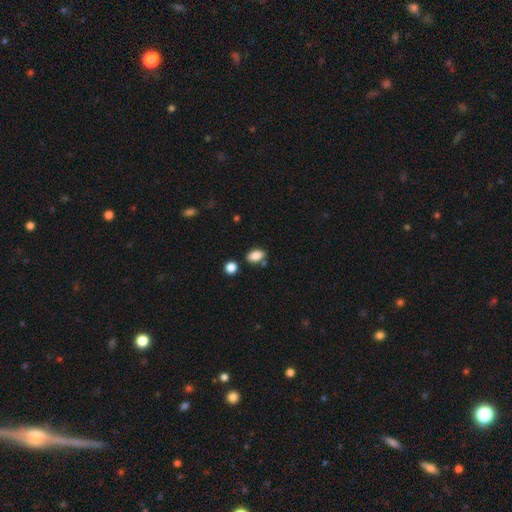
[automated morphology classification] This appears to be a smooth galaxy with no disk features (86%) that is in between round and cigar-shaped (88%). Merging: none (76%).